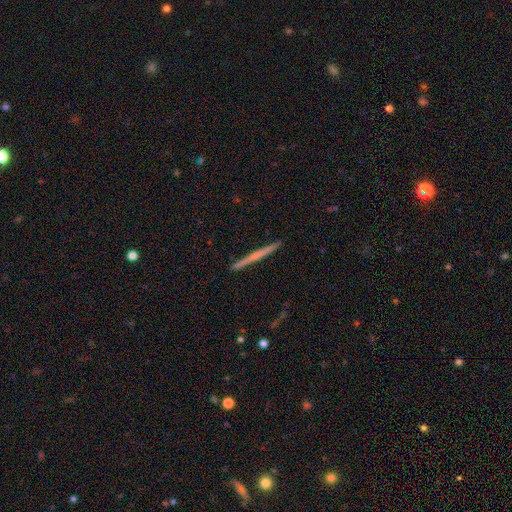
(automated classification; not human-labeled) Q: Smooth or featured?
A: featured or disk (56%); runner-up: smooth (39%)
Q: Edge-on disk?
A: yes (98%); runner-up: no (2%)
Q: Edge-on bulge?
A: none (76%); runner-up: rounded (19%)
Q: Merging?
A: none (92%); runner-up: minor disturbance (5%)